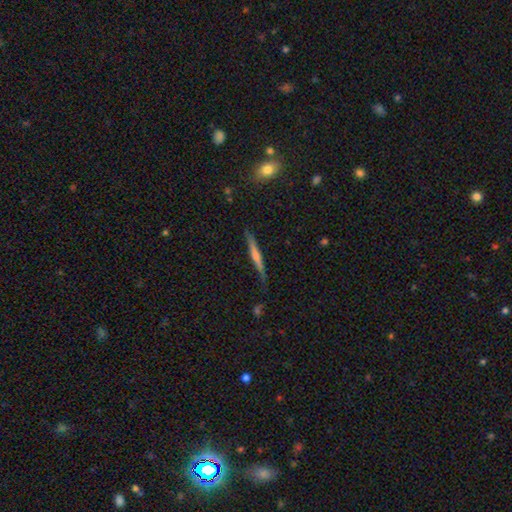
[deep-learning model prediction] The model was most divided on "smooth or featured": featured or disk: 64%, smooth: 29%, star or artifact: 7%. More confident: edge-on disk — yes (97%); merging — none (83%); edge-on bulge — rounded (66%).